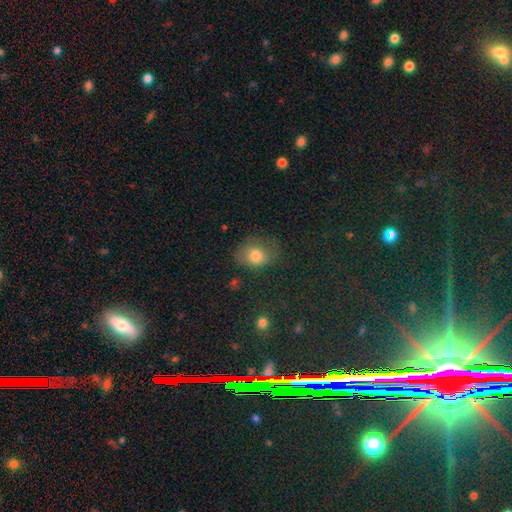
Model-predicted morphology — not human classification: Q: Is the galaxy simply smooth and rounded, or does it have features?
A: smooth — 78%.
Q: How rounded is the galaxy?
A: in between — 51%.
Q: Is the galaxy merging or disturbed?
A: none — 59%.